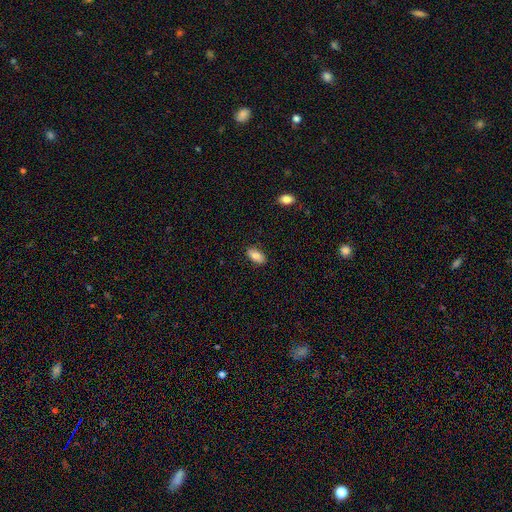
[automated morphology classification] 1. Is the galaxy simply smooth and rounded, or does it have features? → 79% smooth, 14% featured or disk, 7% star or artifact.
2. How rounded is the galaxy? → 91% in between, 4% cigar-shaped, 4% round.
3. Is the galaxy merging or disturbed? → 87% none, 10% minor disturbance, 2% major disturbance, 1% merger.